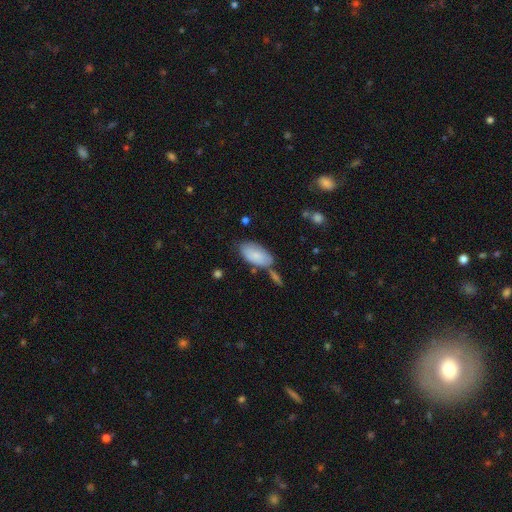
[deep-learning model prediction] A smooth galaxy with no disk features (80%) that is in between round and cigar-shaped (95%).

Vote fractions:
- Smooth or featured? smooth: 80% / featured or disk: 14% / star or artifact: 6%
- How rounded? in between: 95% / cigar-shaped: 3% / round: 2%
- Merging? none: 61% / minor disturbance: 21% / merger: 13% / major disturbance: 5%